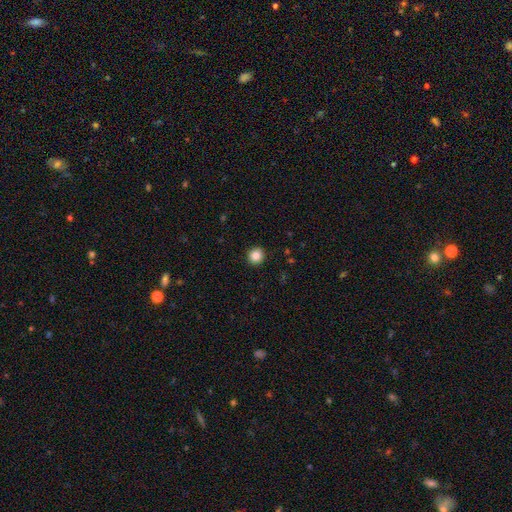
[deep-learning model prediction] smooth-or-featured: smooth: 86% | star or artifact: 10% | featured or disk: 4%
  how-rounded: round: 93% | in between: 6% | cigar-shaped: 1%
  merging: none: 92% | minor disturbance: 5% | major disturbance: 2% | merger: 1%